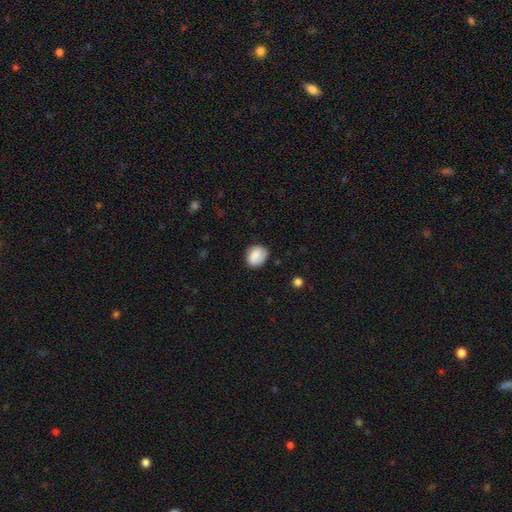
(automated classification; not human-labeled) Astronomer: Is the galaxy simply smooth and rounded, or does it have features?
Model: smooth — 81%.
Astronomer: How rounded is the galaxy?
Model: round — 57% (runner-up: in between, 42%).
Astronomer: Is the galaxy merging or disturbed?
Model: none — 77%.